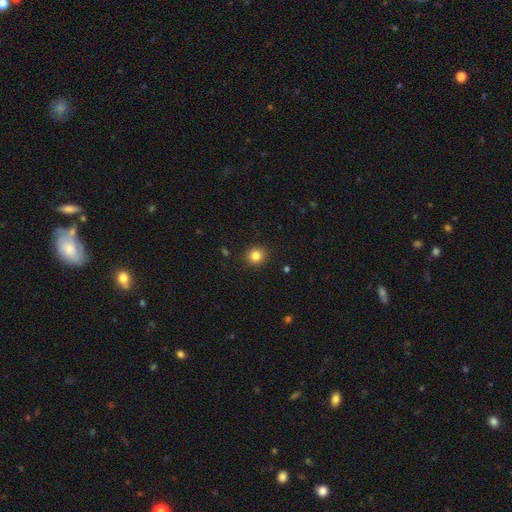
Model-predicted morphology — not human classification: smooth 83%, star or artifact 12%, featured or disk 5%. Down the decision tree: how rounded — round (90%); merging — none (91%).